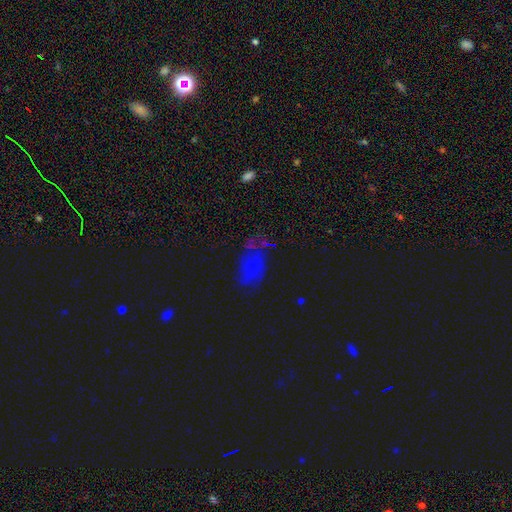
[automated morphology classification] Overall: smooth (52%; star or artifact 29%). How rounded: in between (87%). Merging: none (53%; minor disturbance 25%).